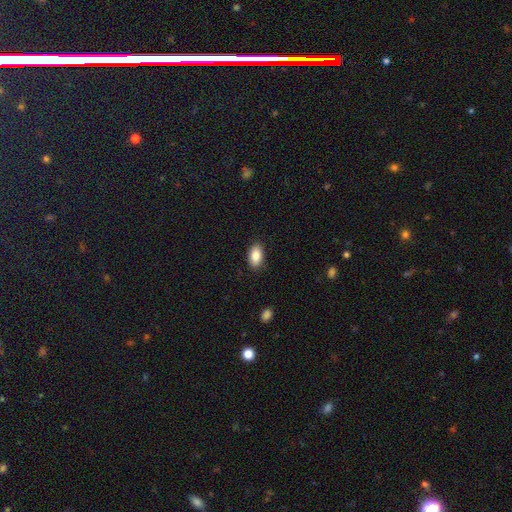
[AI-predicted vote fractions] Smooth or featured?
  - smooth: 86% *
  - star or artifact: 7%
  - featured or disk: 7%
How rounded?
  - in between: 93% *
  - round: 5%
  - cigar-shaped: 2%
Merging?
  - none: 88% *
  - minor disturbance: 9%
  - major disturbance: 2%
  - merger: 1%